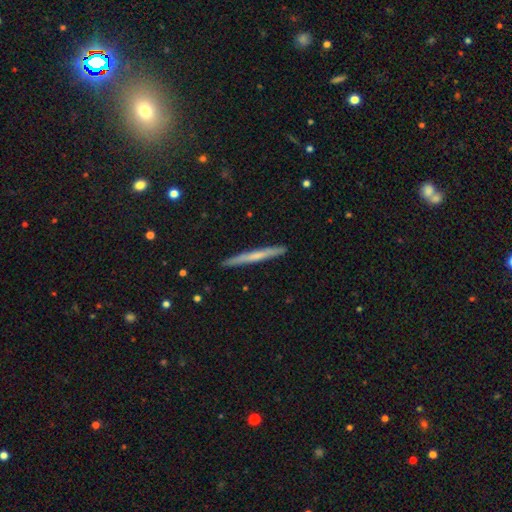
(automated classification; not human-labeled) Morphology: type=smooth (49%); merging=none (92%).